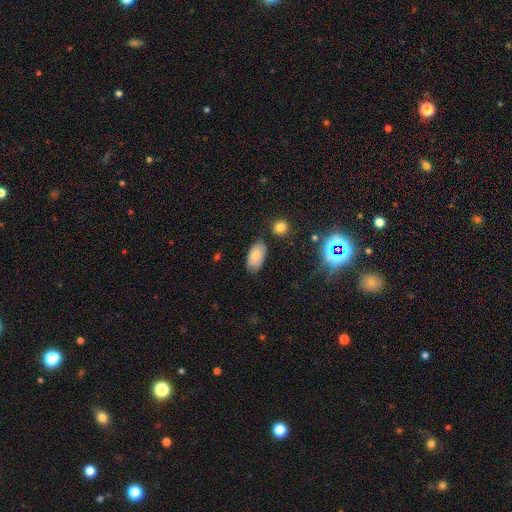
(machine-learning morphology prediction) type=smooth (75%); roundness=in between (94%); merging=none (77%).